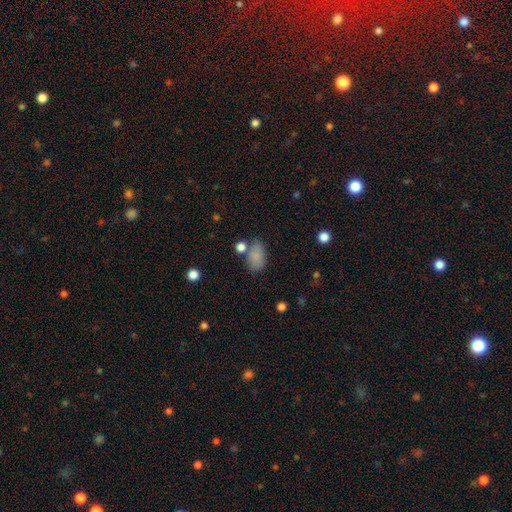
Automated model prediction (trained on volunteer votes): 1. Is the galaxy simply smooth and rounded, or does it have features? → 83% smooth, 10% star or artifact, 7% featured or disk.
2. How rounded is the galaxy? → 88% in between, 11% round, 2% cigar-shaped.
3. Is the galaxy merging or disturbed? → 61% none, 19% minor disturbance, 14% merger, 7% major disturbance.